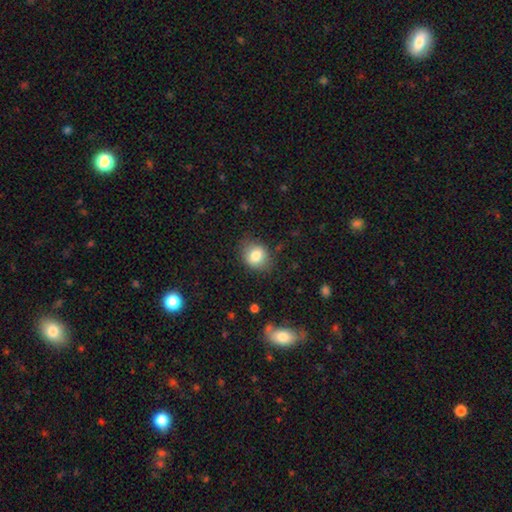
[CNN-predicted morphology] smooth_or_featured: smooth (p=0.80) [alt: featured or disk p=0.11]
how_rounded: round (p=0.55) [alt: in between p=0.44]
merging: none (p=0.78) [alt: minor disturbance p=0.16]